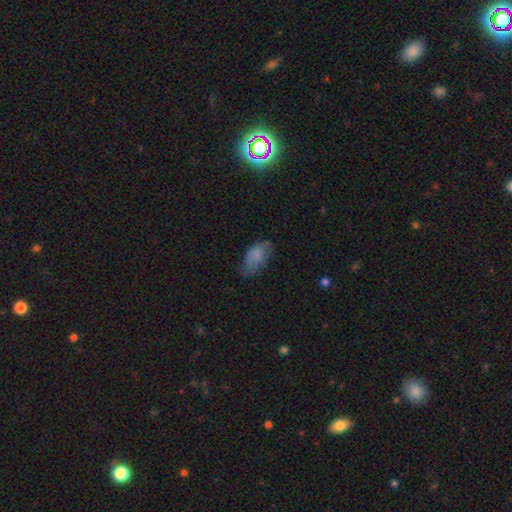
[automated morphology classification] Smooth or featured: smooth — 79% (featured or disk — 13%)
How rounded: in between — 93% (round — 3%)
Merging: none — 57% (minor disturbance — 31%)